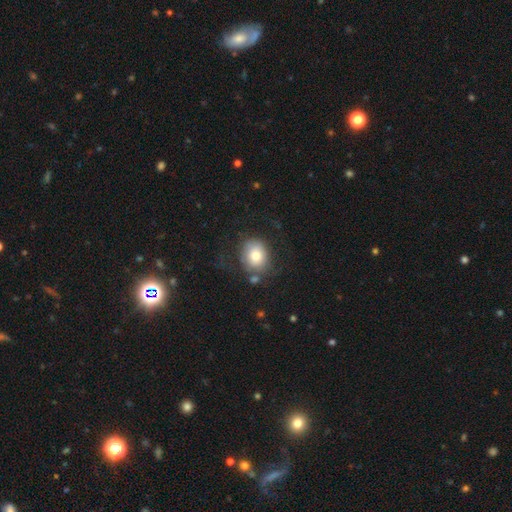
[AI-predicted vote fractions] smooth_or_featured: smooth (p=0.74) [alt: featured or disk p=0.18]
how_rounded: round (p=0.61) [alt: in between p=0.39]
merging: none (p=0.60) [alt: minor disturbance p=0.21]